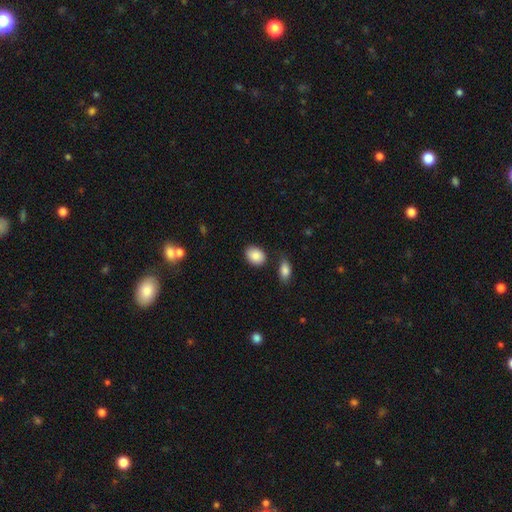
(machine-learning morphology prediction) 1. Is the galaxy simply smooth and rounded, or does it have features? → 87% smooth, 7% star or artifact, 6% featured or disk.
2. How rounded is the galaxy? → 70% in between, 29% round, 1% cigar-shaped.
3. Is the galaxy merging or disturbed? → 77% none, 13% minor disturbance, 7% merger, 3% major disturbance.